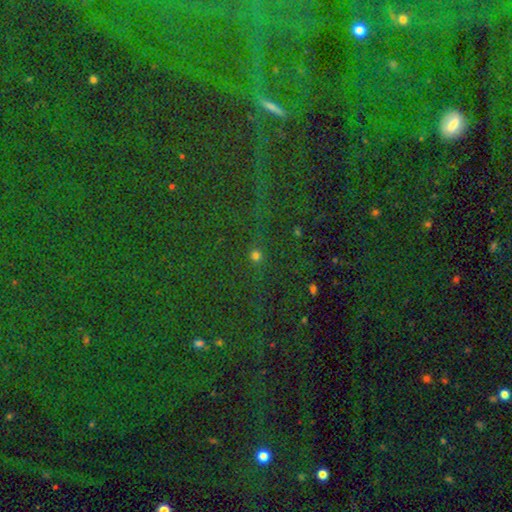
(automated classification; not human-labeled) smooth_or_featured: smooth (p=0.57) [alt: star or artifact p=0.36]
how_rounded: round (p=0.90) [alt: in between p=0.08]
merging: none (p=0.81) [alt: minor disturbance p=0.09]